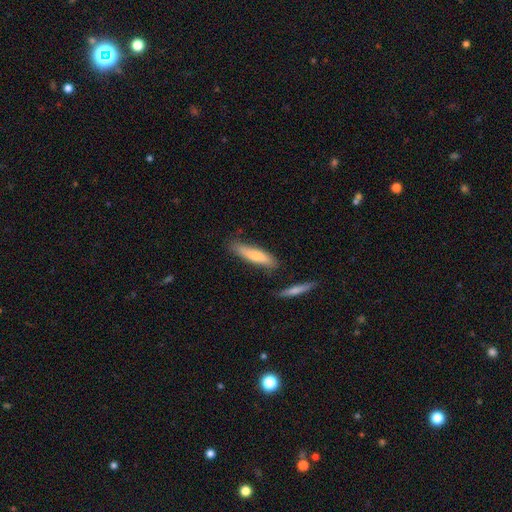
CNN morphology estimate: smooth_or_featured: smooth (p=0.69) [alt: featured or disk p=0.25]
how_rounded: cigar-shaped (p=0.76) [alt: in between p=0.22]
merging: none (p=0.74) [alt: minor disturbance p=0.17]